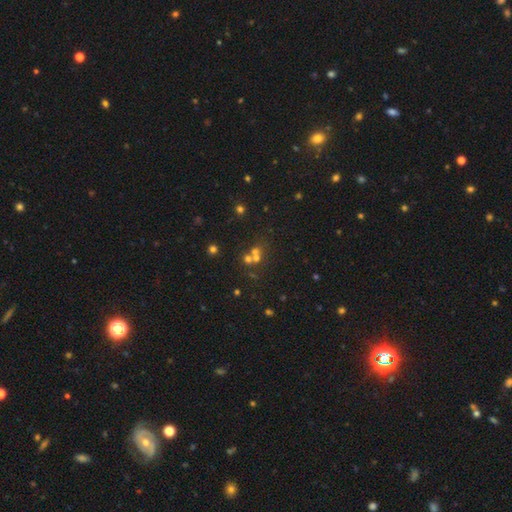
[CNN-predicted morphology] A smooth galaxy with no disk features (41%). Merging: none (48%).